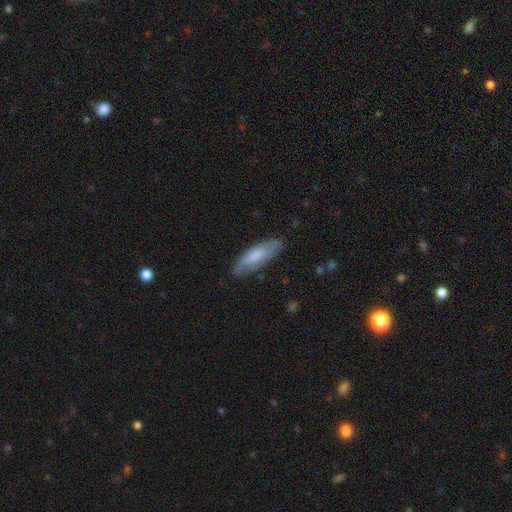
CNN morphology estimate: Smooth or featured? Predicted: smooth (p=0.72). How rounded? Predicted: in between (p=0.53). Merging? Predicted: none (p=0.79).